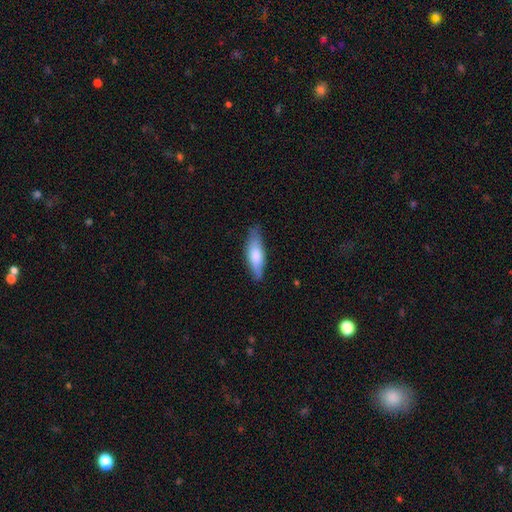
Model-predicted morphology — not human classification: Smooth or featured? Predicted: smooth (p=0.73). How rounded? Predicted: in between (p=0.52). Merging? Predicted: none (p=0.77).